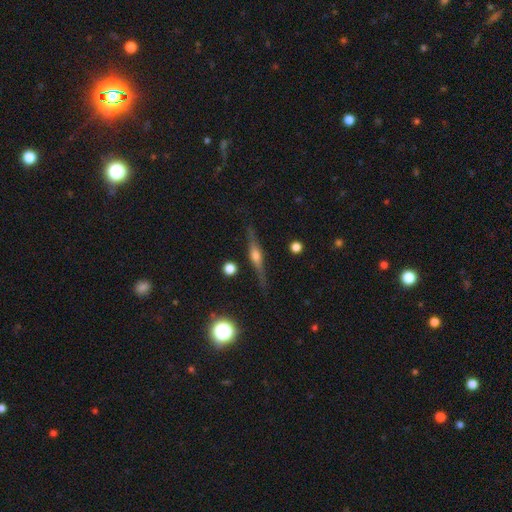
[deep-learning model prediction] Morphology: type=featured or disk (75%); edge-on=yes (97%); edge-on bulge=rounded (87%); merging=none (84%).